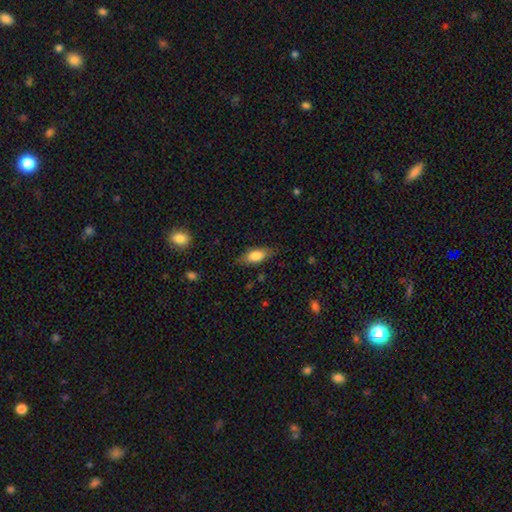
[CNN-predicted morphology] Smooth or featured?
  - smooth: 77% *
  - featured or disk: 16%
  - star or artifact: 7%
How rounded?
  - in between: 81% *
  - cigar-shaped: 15%
  - round: 4%
Merging?
  - none: 77% *
  - minor disturbance: 17%
  - major disturbance: 4%
  - merger: 1%